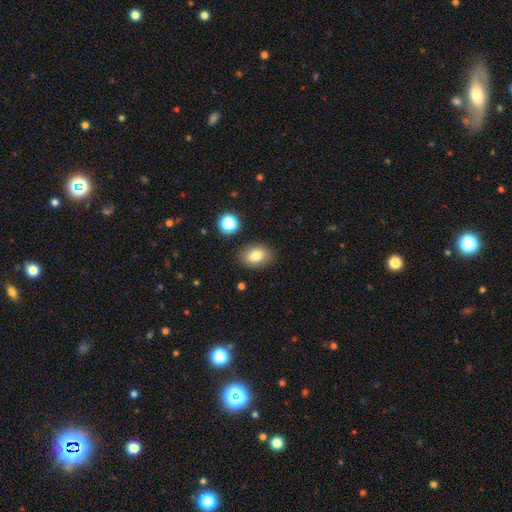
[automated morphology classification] Overall: smooth (80%). How rounded: in between (76%). Merging: none (85%).